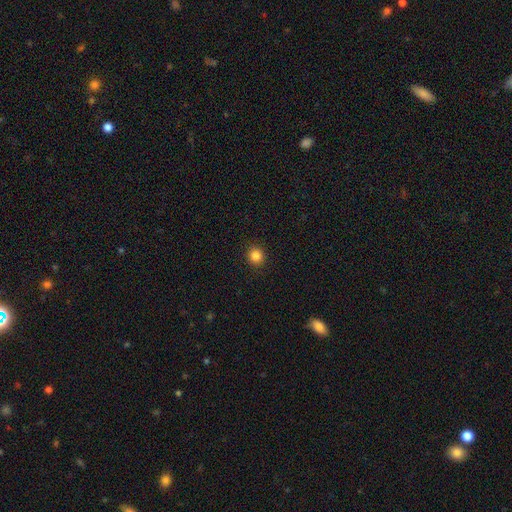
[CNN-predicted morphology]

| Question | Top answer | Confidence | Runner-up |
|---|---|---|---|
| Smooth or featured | smooth | 84% | star or artifact (12%) |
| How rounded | round | 91% | in between (8%) |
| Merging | none | 92% | minor disturbance (5%) |